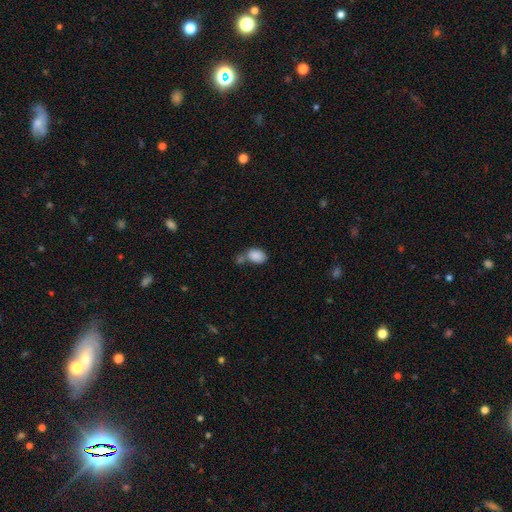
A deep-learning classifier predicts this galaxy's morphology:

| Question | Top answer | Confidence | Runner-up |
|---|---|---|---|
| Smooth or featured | smooth | 87% | star or artifact (8%) |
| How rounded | in between | 84% | round (15%) |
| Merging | none | 45% | merger (34%) |